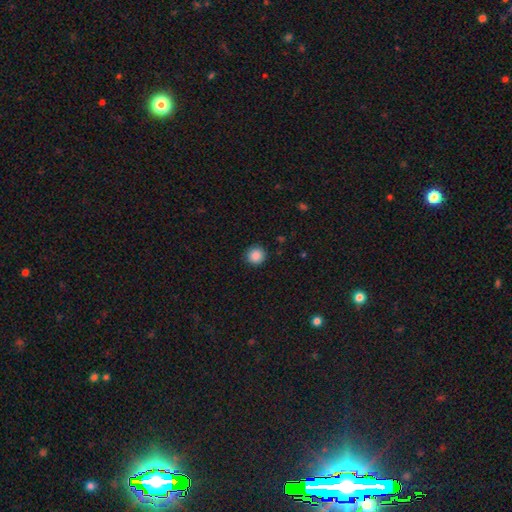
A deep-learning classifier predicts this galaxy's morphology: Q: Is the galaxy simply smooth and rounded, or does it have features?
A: smooth — 88%.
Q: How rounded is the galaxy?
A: round — 95%.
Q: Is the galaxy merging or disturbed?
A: none — 91%.